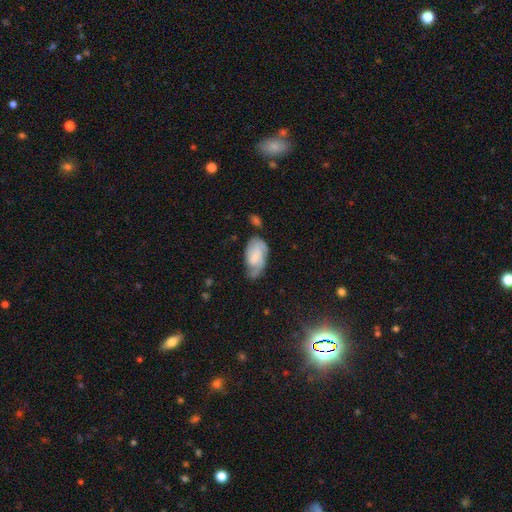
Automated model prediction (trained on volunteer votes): A featured or disk galaxy (51%). Merging: none (45%).